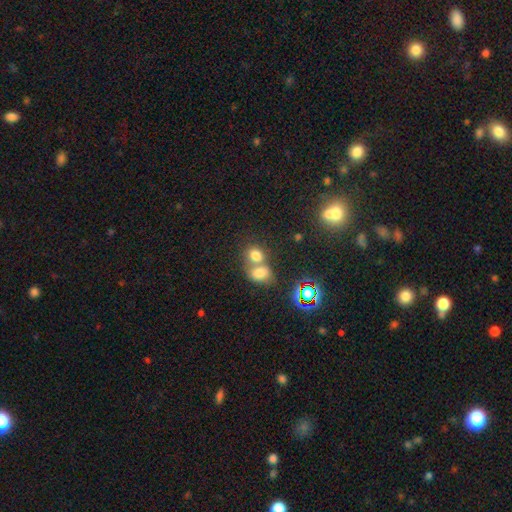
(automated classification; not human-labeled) Smooth or featured: smooth — 72% (star or artifact — 17%)
How rounded: round — 54% (in between — 44%)
Merging: merger — 57% (none — 32%)